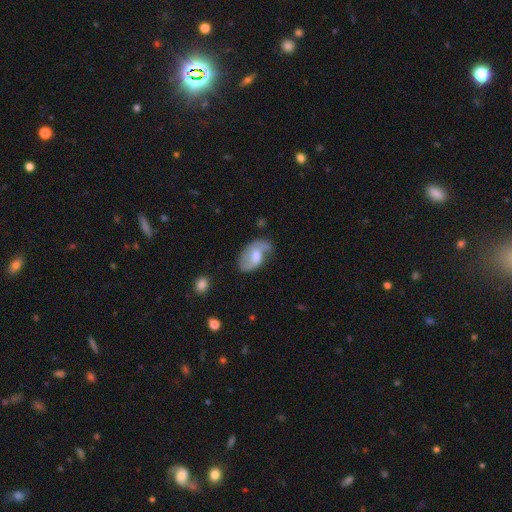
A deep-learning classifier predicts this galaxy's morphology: featured or disk 54%, smooth 40%, star or artifact 7%. Down the decision tree: edge-on disk — no (95%); bar — weak (46%); spiral arms — yes (76%); bulge size — moderate (58%); merging — none (47%).